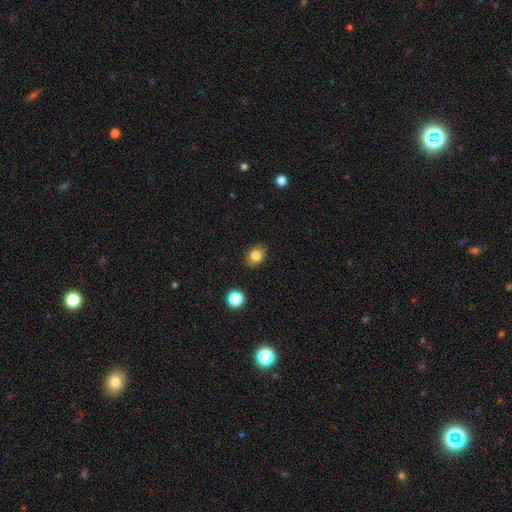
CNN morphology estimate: type=smooth (83%); roundness=round (54%); merging=none (89%).